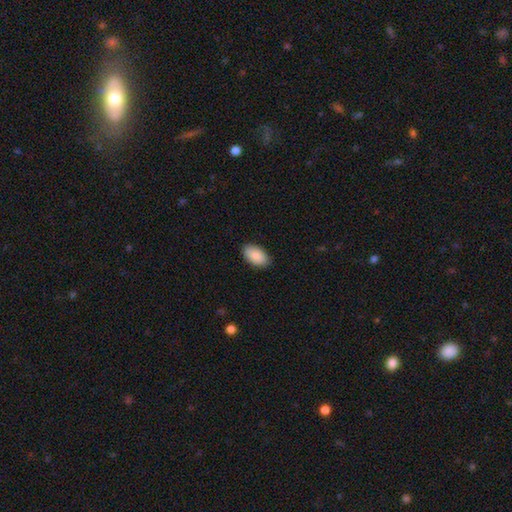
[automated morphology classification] The model was most divided on "merging": none: 87%, minor disturbance: 10%, major disturbance: 2%, merger: 1%. More confident: how rounded — in between (95%); smooth or featured — smooth (89%).